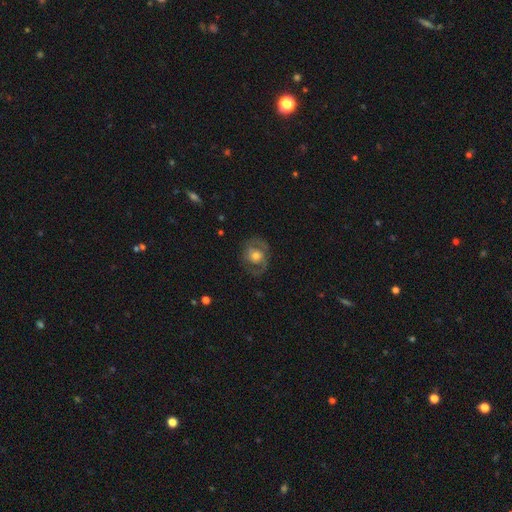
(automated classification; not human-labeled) featured or disk 63%, smooth 30%, star or artifact 7%. Down the decision tree: edge-on disk — no (96%); bar — no (69%); spiral arms — yes (65%); bulge size — moderate (64%); merging — none (71%).